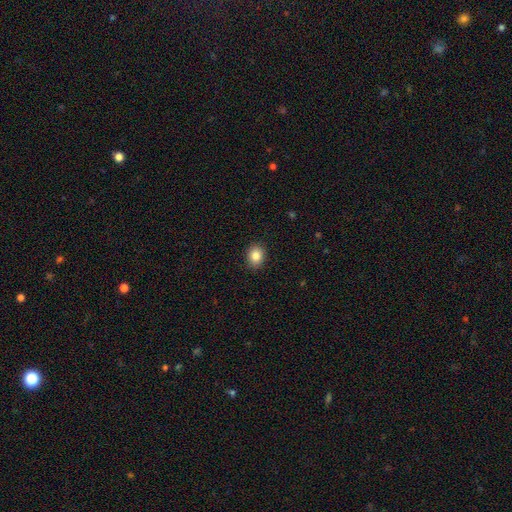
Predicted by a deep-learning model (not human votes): smooth 85%, star or artifact 9%, featured or disk 6%. Down the decision tree: how rounded — round (54%); merging — none (90%).